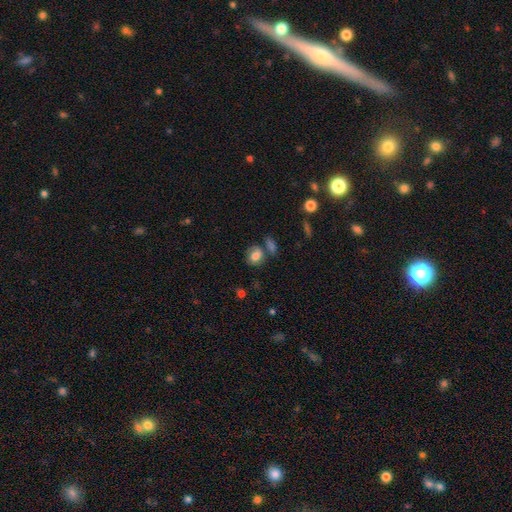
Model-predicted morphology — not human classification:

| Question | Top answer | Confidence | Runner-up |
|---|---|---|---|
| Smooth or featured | smooth | 64% | featured or disk (26%) |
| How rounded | round | 50% | in between (48%) |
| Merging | none | 57% | minor disturbance (19%) |